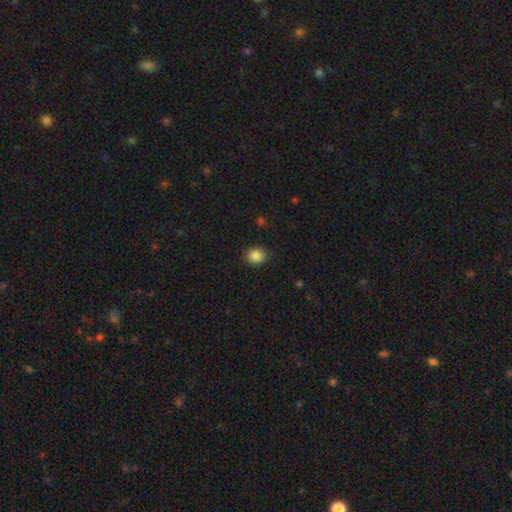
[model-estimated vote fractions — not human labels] Smooth or featured? Predicted: smooth (p=0.87). How rounded? Predicted: round (p=0.72). Merging? Predicted: none (p=0.88).